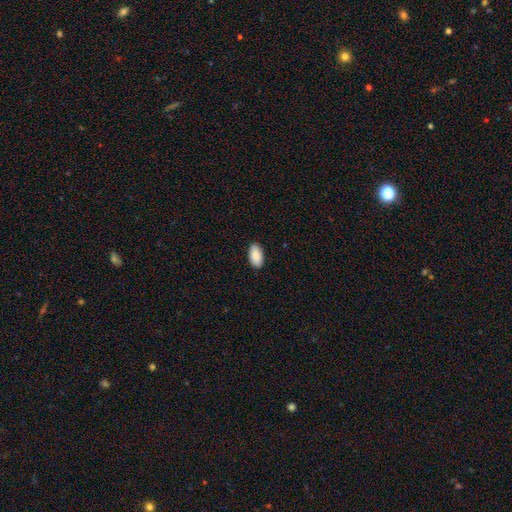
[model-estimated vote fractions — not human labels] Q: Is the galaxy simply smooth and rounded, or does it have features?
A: smooth — 91%.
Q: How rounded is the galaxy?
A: in between — 95%.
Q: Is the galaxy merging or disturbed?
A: none — 90%.